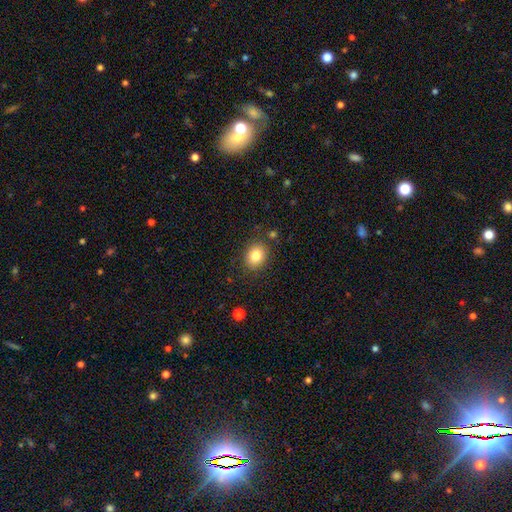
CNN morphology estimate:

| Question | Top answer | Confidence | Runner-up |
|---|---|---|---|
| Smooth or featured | smooth | 82% | star or artifact (10%) |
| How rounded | round | 54% | in between (45%) |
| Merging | none | 84% | minor disturbance (10%) |